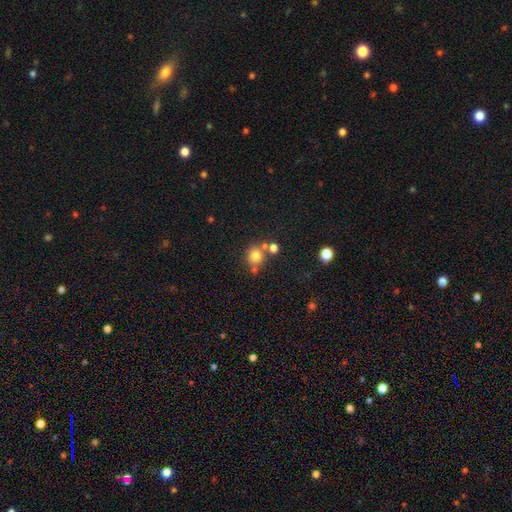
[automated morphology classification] smooth 78%, star or artifact 14%, featured or disk 8%. Down the decision tree: how rounded — round (86%); merging — none (62%).